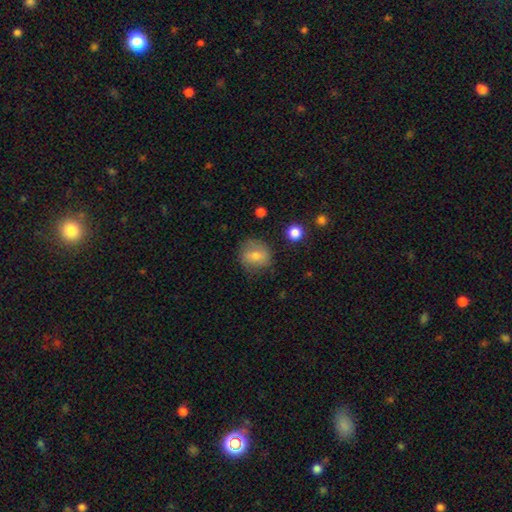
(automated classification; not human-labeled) A smooth galaxy with no disk features (67%) that is round (74%). Merging: none (72%).